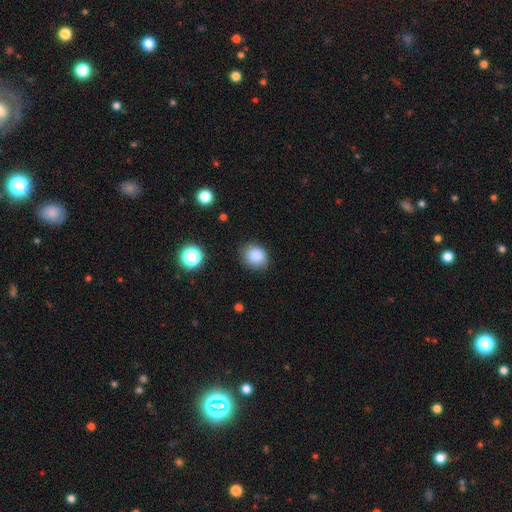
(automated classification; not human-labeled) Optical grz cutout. It shows a smooth galaxy with no disk features (86%) that is round (62%). Merging: none (81%).